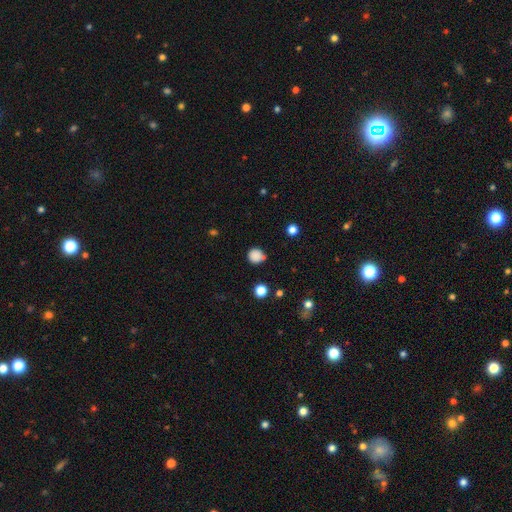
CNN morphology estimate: A smooth galaxy with no disk features (84%) that is round (88%).

Vote fractions:
- Smooth or featured? smooth: 84% / star or artifact: 12% / featured or disk: 4%
- How rounded? round: 88% / in between: 11% / cigar-shaped: 1%
- Merging? none: 74% / minor disturbance: 18% / merger: 4% / major disturbance: 4%